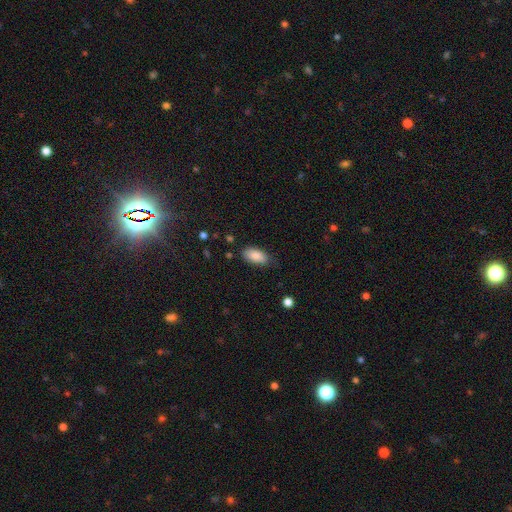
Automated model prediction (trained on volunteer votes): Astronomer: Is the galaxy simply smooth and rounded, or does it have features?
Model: smooth — 86%.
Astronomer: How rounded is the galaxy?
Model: in between — 92%.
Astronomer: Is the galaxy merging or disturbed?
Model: none — 78%.